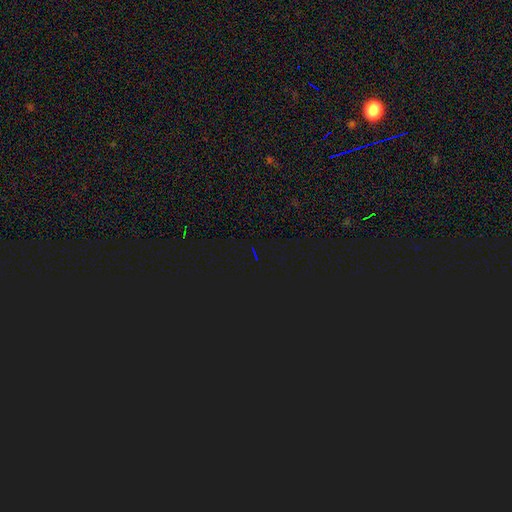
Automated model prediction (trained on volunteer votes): star or artifact 79%, smooth 12%, featured or disk 8%.